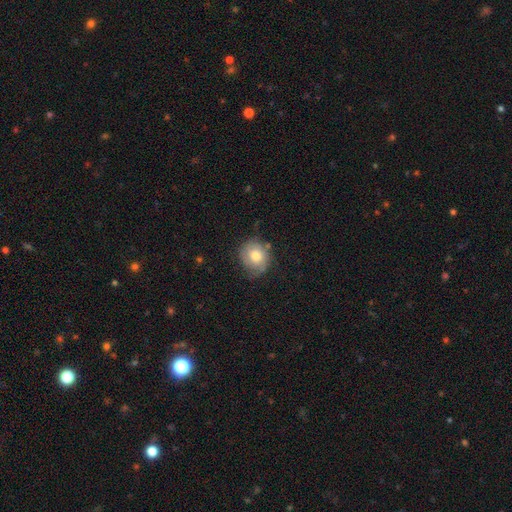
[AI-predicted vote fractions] Q: Smooth or featured?
A: smooth (60%); runner-up: featured or disk (33%)
Q: How rounded?
A: round (79%); runner-up: in between (20%)
Q: Merging?
A: none (64%); runner-up: minor disturbance (26%)